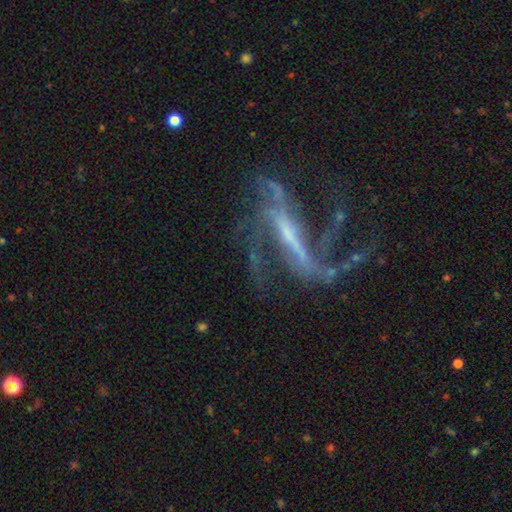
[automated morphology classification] A featured or disk galaxy (82%) with a strong bar (56%), 2 (41%) loose (59%) spiral arms (88%) and a small central bulge (47%).

Vote fractions:
- Smooth or featured? featured or disk: 82% / star or artifact: 11% / smooth: 7%
- Edge-on disk? no: 77% / yes: 23%
- Bar? strong: 56% / weak: 26% / no: 18%
- Spiral arms? yes: 88% / no: 12%
- Spiral winding? loose: 59% / medium: 29% / tight: 11%
- Spiral arm count? 2: 41% / can't tell: 21% / 3: 17% / 1: 8% / 4: 8% / more than 4: 6%
- Bulge size? small: 47% / none: 26% / moderate: 22% / large: 3% / dominant: 2%
- Merging? none: 47% / major disturbance: 32% / minor disturbance: 16% / merger: 5%